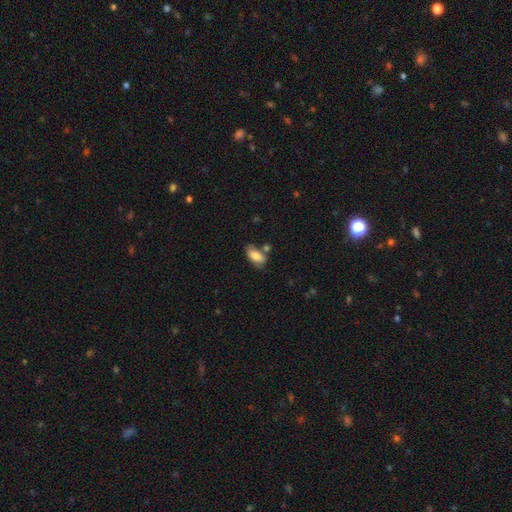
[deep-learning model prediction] The model was most divided on "merging": none: 57%, minor disturbance: 22%, merger: 14%, major disturbance: 6%. More confident: how rounded — in between (91%); smooth or featured — smooth (79%).